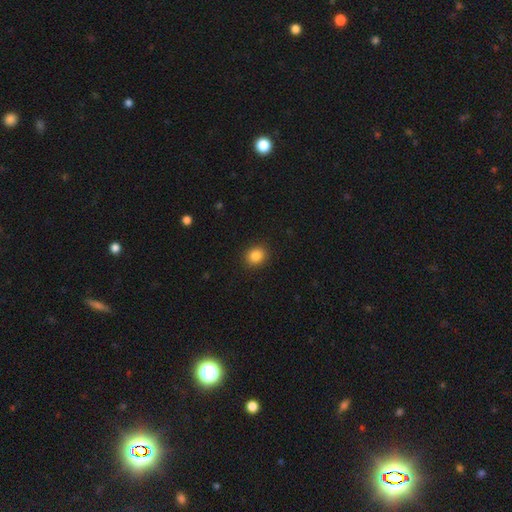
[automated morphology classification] Q: Smooth or featured?
A: smooth (86%); runner-up: star or artifact (10%)
Q: How rounded?
A: round (62%); runner-up: in between (37%)
Q: Merging?
A: none (90%); runner-up: minor disturbance (7%)